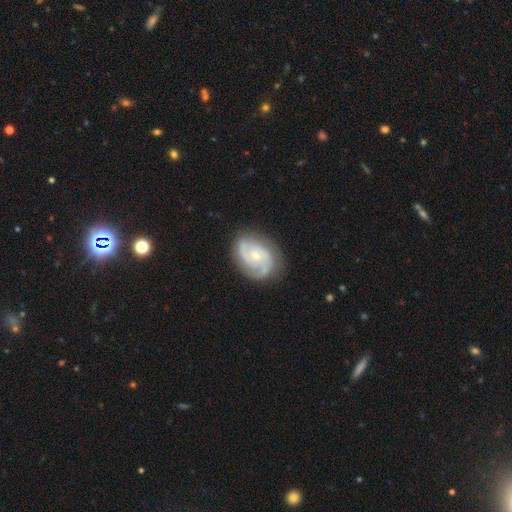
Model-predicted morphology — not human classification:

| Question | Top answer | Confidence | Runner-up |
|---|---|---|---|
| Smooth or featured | featured or disk | 85% | smooth (10%) |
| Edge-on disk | no | 97% | yes (3%) |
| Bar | no | 71% | weak (24%) |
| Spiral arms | yes | 96% | no (4%) |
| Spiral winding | medium | 44% | tight (43%) |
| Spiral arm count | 2 | 59% | 3 (20%) |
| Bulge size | small | 58% | moderate (38%) |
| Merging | none | 75% | minor disturbance (18%) |